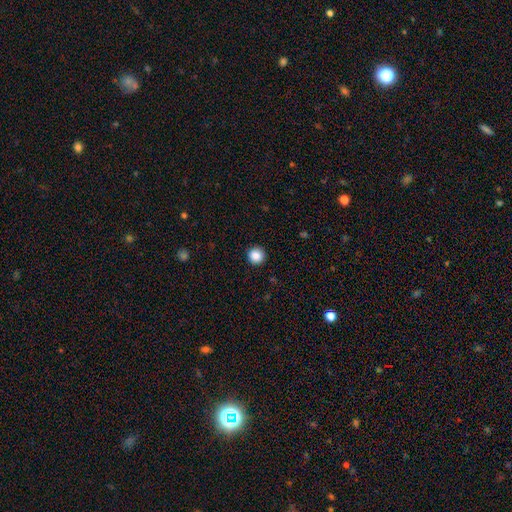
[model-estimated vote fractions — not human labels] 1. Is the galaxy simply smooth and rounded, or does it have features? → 87% smooth, 10% star or artifact, 3% featured or disk.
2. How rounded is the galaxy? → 95% round, 4% in between, 1% cigar-shaped.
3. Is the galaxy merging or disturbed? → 93% none, 5% minor disturbance, 2% major disturbance, 1% merger.